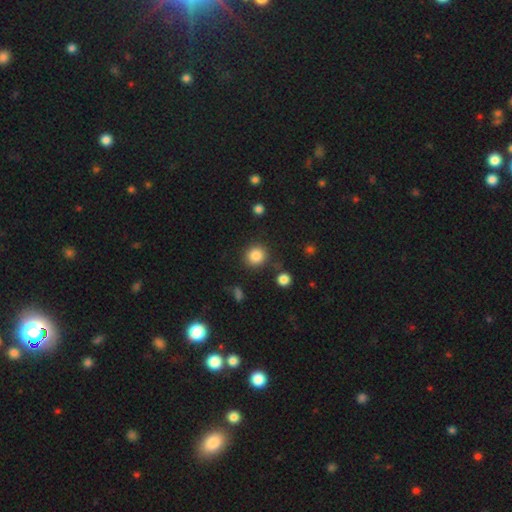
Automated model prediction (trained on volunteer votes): Smooth or featured? smooth (85%)
How rounded? round (91%)
Merging? none (85%)